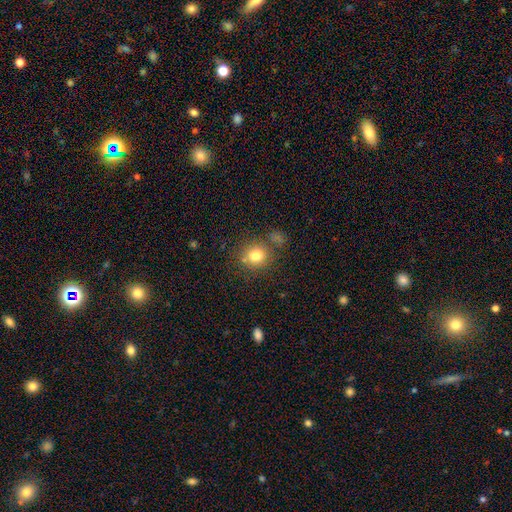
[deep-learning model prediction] Smooth or featured?
  - smooth: 78% *
  - star or artifact: 12%
  - featured or disk: 10%
How rounded?
  - round: 85% *
  - in between: 14%
  - cigar-shaped: 1%
Merging?
  - none: 73% *
  - minor disturbance: 12%
  - merger: 11%
  - major disturbance: 4%